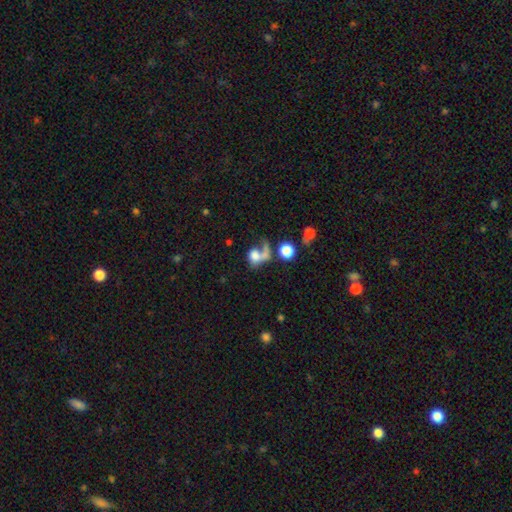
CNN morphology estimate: smooth 57%, featured or disk 29%, star or artifact 14%. Down the decision tree: how rounded — round (52%); merging — merger (39%).